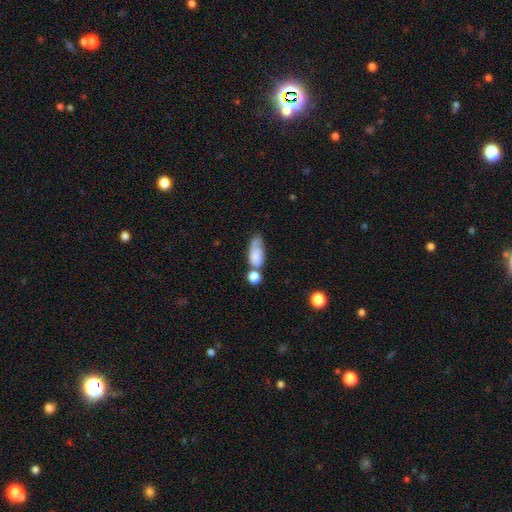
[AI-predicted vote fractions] Smooth or featured? Predicted: smooth (p=0.75). How rounded? Predicted: in between (p=0.77). Merging? Predicted: merger (p=0.36).